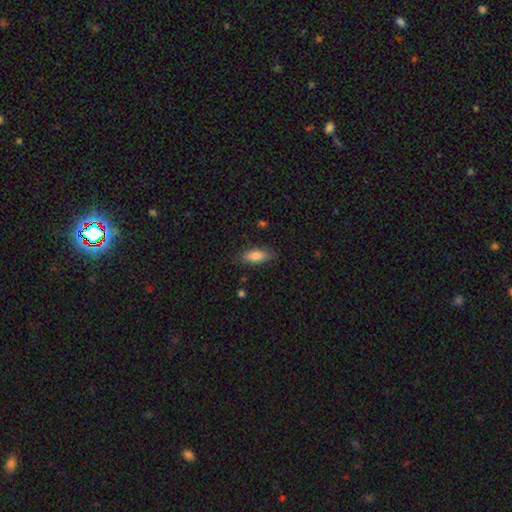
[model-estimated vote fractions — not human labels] smooth 78%, featured or disk 15%, star or artifact 7%. Down the decision tree: how rounded — in between (74%); merging — none (83%).